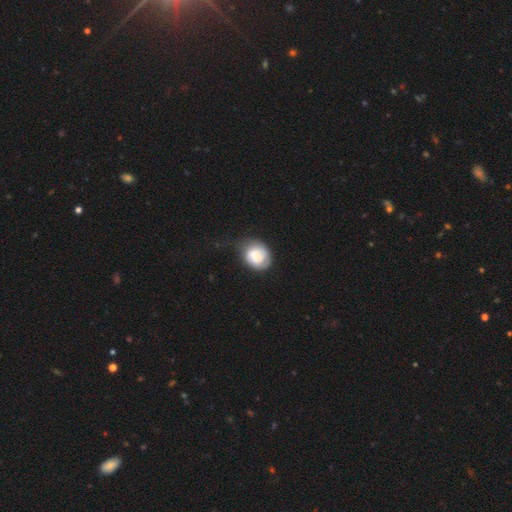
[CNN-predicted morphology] A smooth galaxy with no disk features (60%) that is round (65%).

Vote fractions:
- Smooth or featured? smooth: 60% / featured or disk: 32% / star or artifact: 8%
- How rounded? round: 65% / in between: 34% / cigar-shaped: 1%
- Merging? none: 45% / minor disturbance: 34% / major disturbance: 18% / merger: 2%